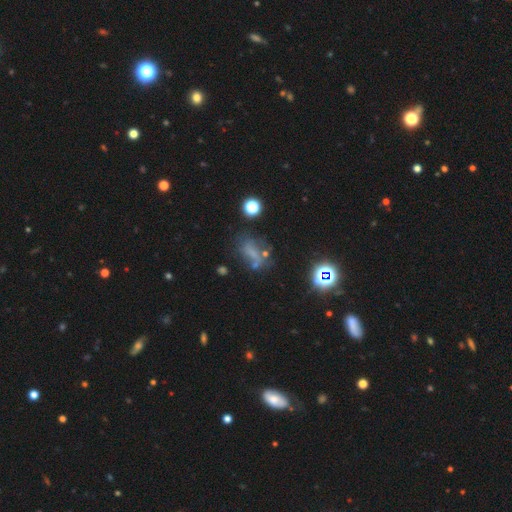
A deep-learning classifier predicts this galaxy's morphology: Smooth or featured? Predicted: smooth (p=0.37). Merging? Predicted: none (p=0.48).